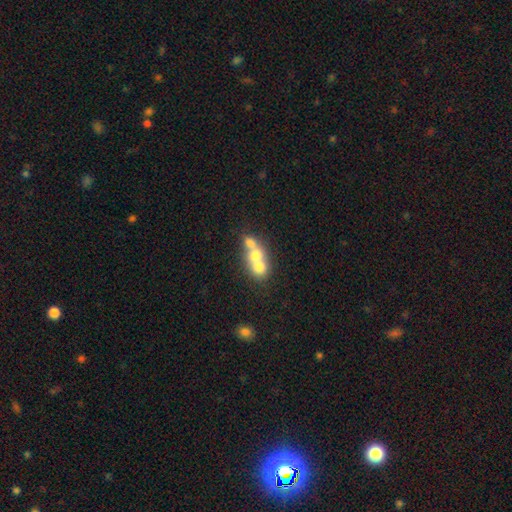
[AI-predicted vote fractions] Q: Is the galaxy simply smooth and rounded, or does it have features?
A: smooth — 61%.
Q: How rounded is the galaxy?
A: round — 64%.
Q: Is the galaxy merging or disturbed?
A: merger — 71%.